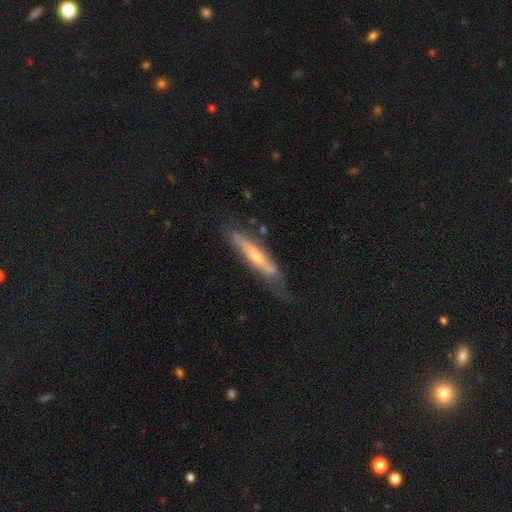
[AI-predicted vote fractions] Smooth or featured?
  - featured or disk: 58% *
  - smooth: 36%
  - star or artifact: 6%
Edge-on disk?
  - yes: 71% *
  - no: 29%
Merging?
  - none: 53% *
  - minor disturbance: 30%
  - major disturbance: 13%
  - merger: 4%